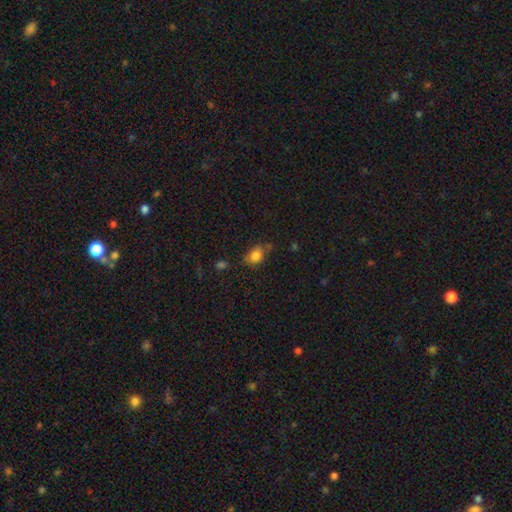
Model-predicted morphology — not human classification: Smooth or featured?
  - smooth: 80% *
  - featured or disk: 10%
  - star or artifact: 10%
How rounded?
  - in between: 70% *
  - round: 29%
  - cigar-shaped: 1%
Merging?
  - none: 62% *
  - minor disturbance: 26%
  - major disturbance: 7%
  - merger: 5%